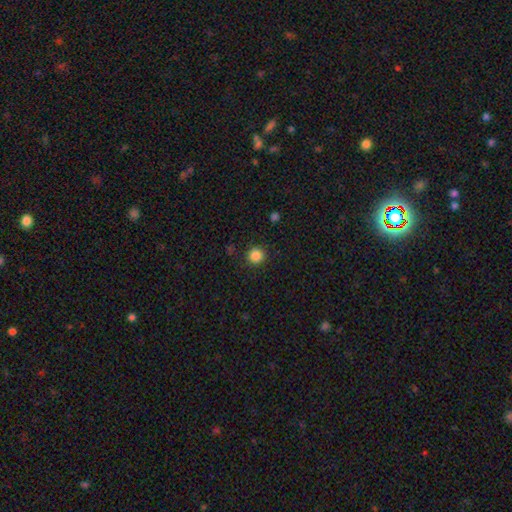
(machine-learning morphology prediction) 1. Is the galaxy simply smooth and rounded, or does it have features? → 86% smooth, 11% star or artifact, 3% featured or disk.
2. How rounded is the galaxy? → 94% round, 5% in between, 1% cigar-shaped.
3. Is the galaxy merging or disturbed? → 91% none, 6% minor disturbance, 2% major disturbance, 1% merger.